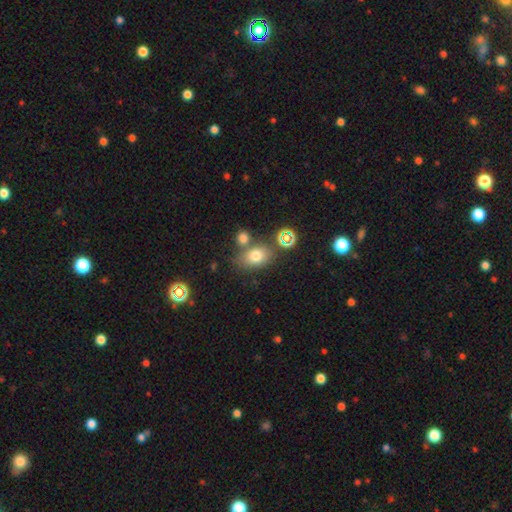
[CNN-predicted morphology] type=smooth (73%); roundness=in between (70%); merging=none (62%).